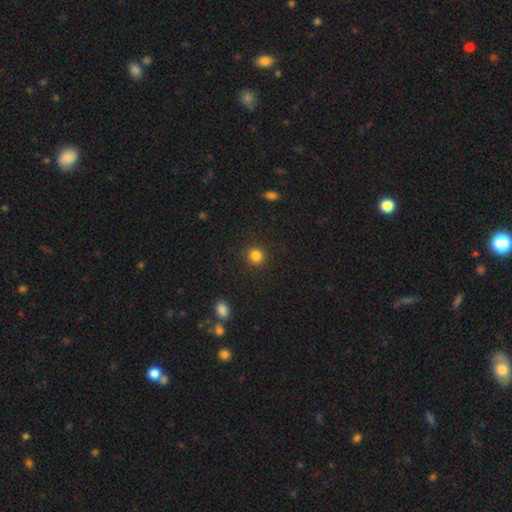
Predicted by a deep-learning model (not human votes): Q: Smooth or featured?
A: smooth (84%); runner-up: star or artifact (12%)
Q: How rounded?
A: round (90%); runner-up: in between (9%)
Q: Merging?
A: none (90%); runner-up: minor disturbance (6%)